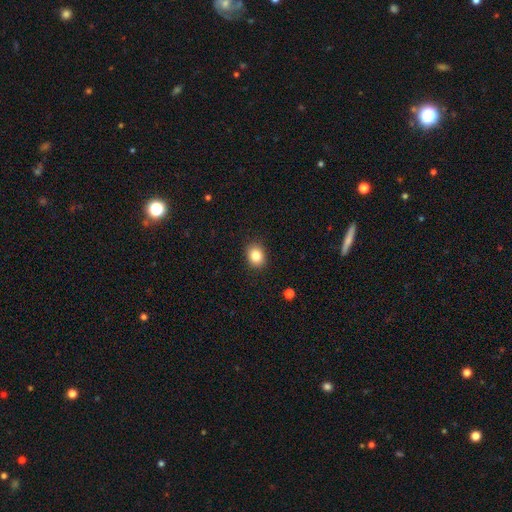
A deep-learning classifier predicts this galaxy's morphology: Smooth or featured?
  - smooth: 84% *
  - star or artifact: 10%
  - featured or disk: 6%
How rounded?
  - round: 54% *
  - in between: 45%
  - cigar-shaped: 1%
Merging?
  - none: 89% *
  - minor disturbance: 8%
  - major disturbance: 2%
  - merger: 1%